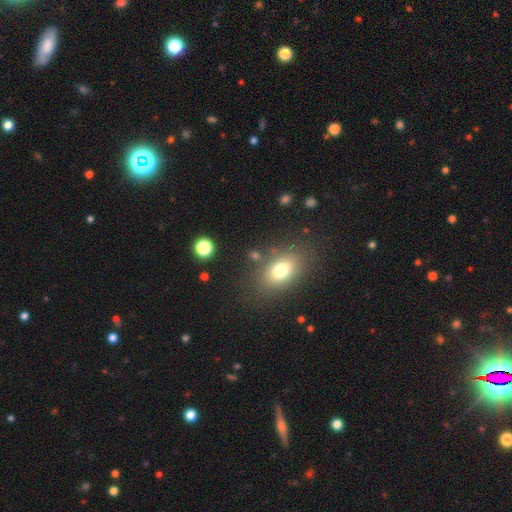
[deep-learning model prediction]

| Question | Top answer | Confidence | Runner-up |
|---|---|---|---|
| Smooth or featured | smooth | 73% | star or artifact (14%) |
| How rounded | in between | 75% | round (21%) |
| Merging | none | 80% | minor disturbance (10%) |